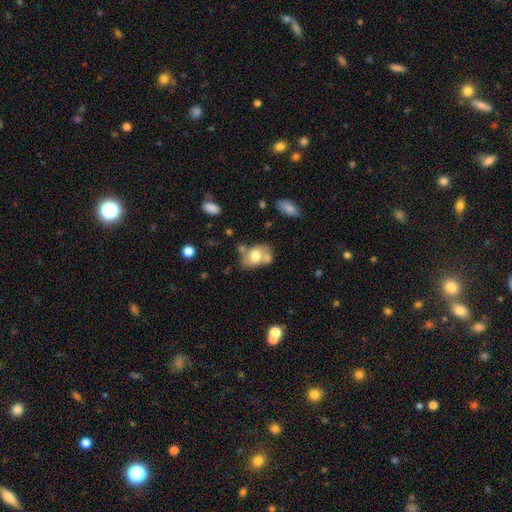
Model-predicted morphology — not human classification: This appears to be a smooth galaxy with no disk features (62%) that is in between round and cigar-shaped (75%). Merging: none (42%).